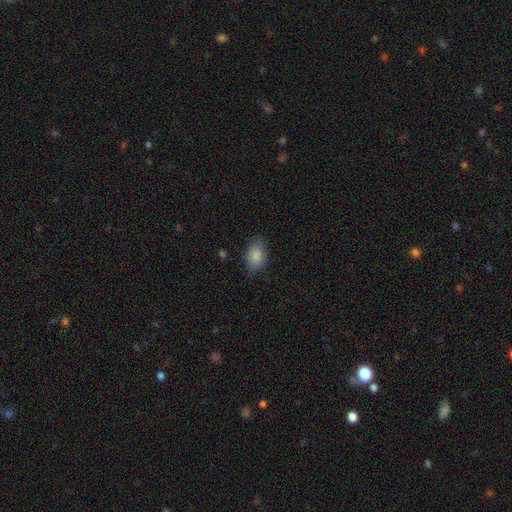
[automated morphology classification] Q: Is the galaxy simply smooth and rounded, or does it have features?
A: smooth — 86%.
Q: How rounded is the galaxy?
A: in between — 82%.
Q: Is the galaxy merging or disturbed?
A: none — 77%.